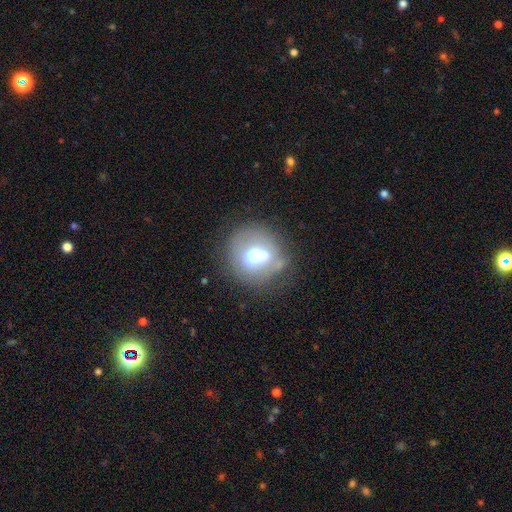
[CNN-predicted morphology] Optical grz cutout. It shows a smooth galaxy with no disk features (55%) that is round (73%). Merging: none (57%).